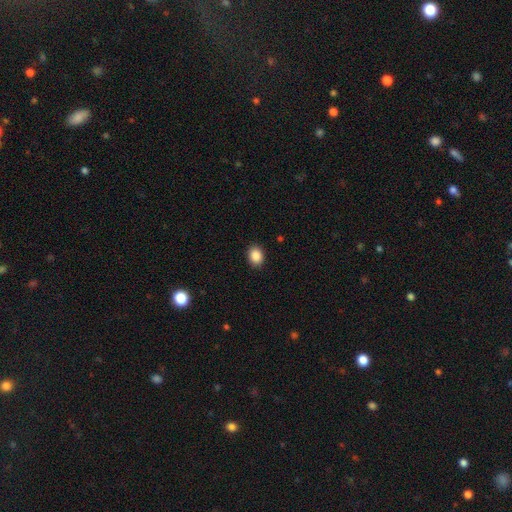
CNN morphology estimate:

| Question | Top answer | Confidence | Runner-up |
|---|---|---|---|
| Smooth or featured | smooth | 89% | star or artifact (9%) |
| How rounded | in between | 54% | round (45%) |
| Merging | none | 90% | minor disturbance (7%) |